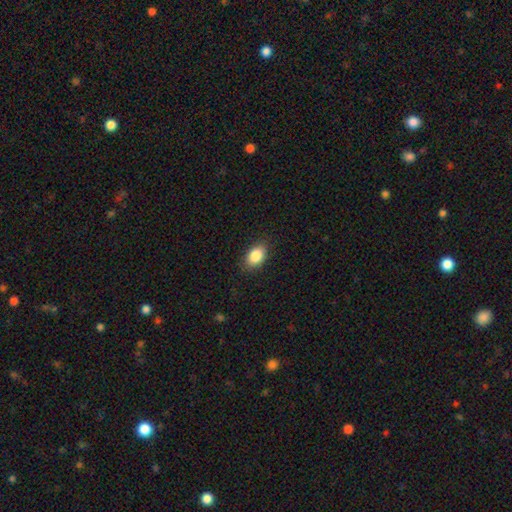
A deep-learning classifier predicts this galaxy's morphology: Q: Smooth or featured?
A: smooth (87%); runner-up: star or artifact (8%)
Q: How rounded?
A: in between (86%); runner-up: round (13%)
Q: Merging?
A: none (86%); runner-up: minor disturbance (11%)